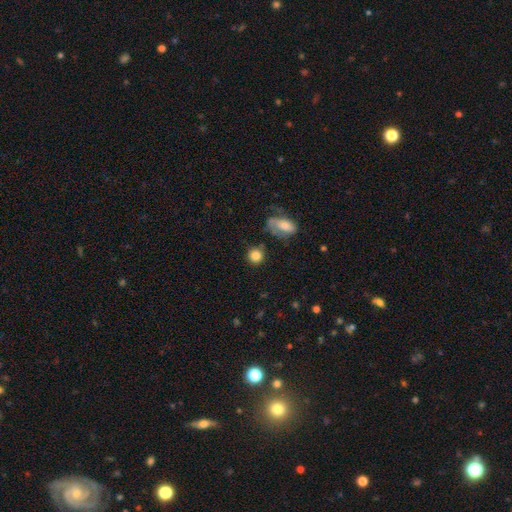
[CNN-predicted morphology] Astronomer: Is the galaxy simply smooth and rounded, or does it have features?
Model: smooth — 84%.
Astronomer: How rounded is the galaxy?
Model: round — 88%.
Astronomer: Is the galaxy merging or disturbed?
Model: none — 76%.